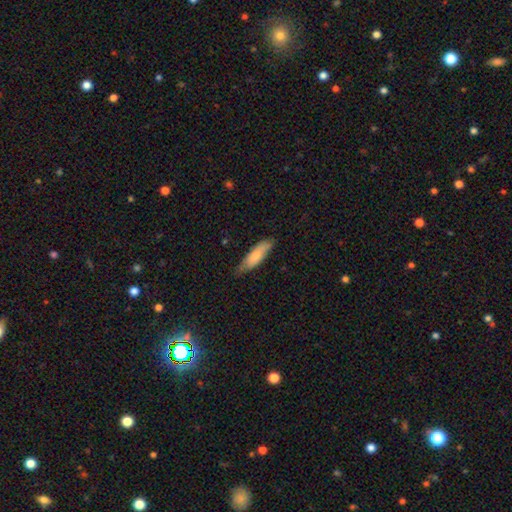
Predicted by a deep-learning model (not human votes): Smooth or featured? smooth (77%)
How rounded? cigar-shaped (55%)
Merging? none (68%)